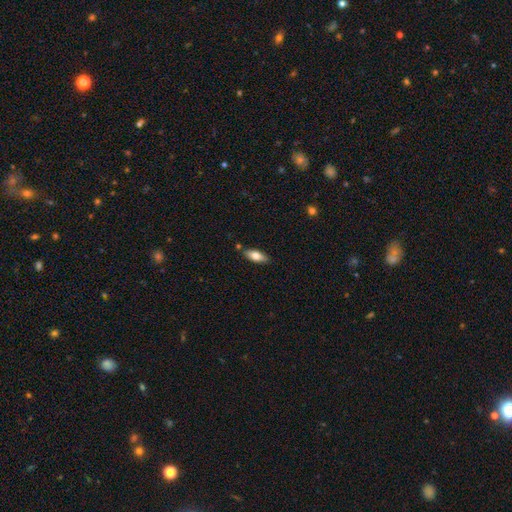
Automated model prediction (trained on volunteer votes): This is likely a smooth galaxy (75%). How rounded: likely in between (75%). Merging: clearly none (81%).